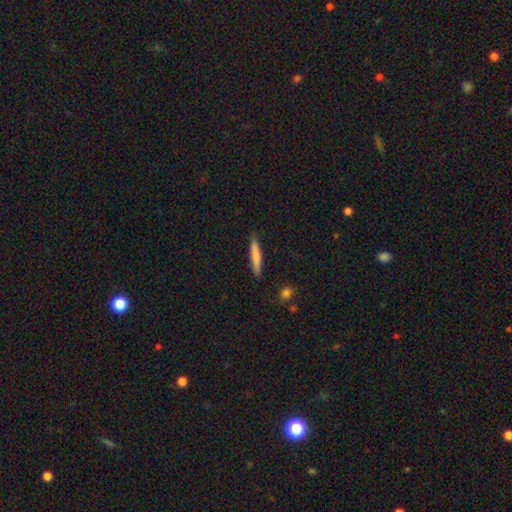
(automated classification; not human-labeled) Smooth or featured? smooth (79%)
How rounded? cigar-shaped (91%)
Merging? none (86%)